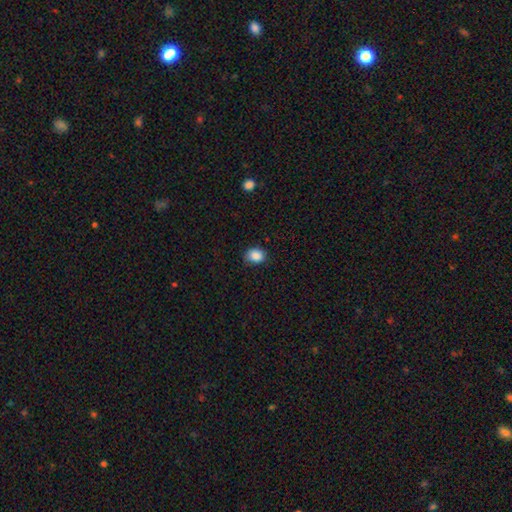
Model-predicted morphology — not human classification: Smooth or featured?
  - smooth: 87% *
  - star or artifact: 9%
  - featured or disk: 4%
How rounded?
  - in between: 52% *
  - round: 47%
  - cigar-shaped: 1%
Merging?
  - none: 79% *
  - minor disturbance: 17%
  - major disturbance: 3%
  - merger: 1%